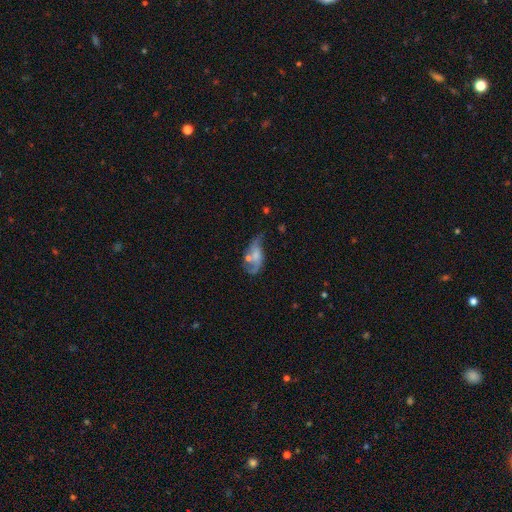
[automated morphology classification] Q: Smooth or featured?
A: featured or disk (59%); runner-up: smooth (32%)
Q: Edge-on disk?
A: no (94%); runner-up: yes (6%)
Q: Bar?
A: no (67%); runner-up: weak (27%)
Q: Spiral arms?
A: yes (69%); runner-up: no (31%)
Q: Bulge size?
A: small (33%); runner-up: none (32%)
Q: Merging?
A: none (29%); tied with: major disturbance (29%)